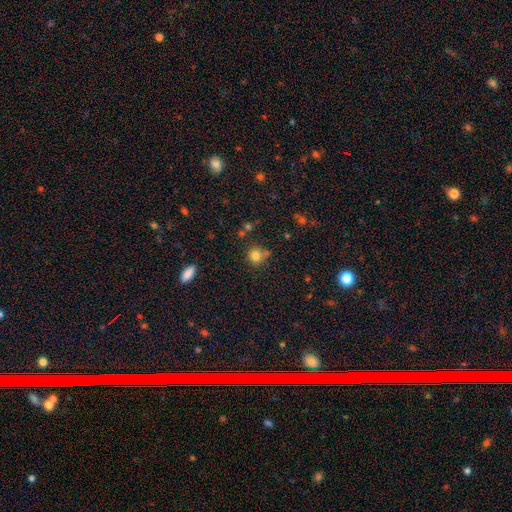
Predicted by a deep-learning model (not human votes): Q: Smooth or featured?
A: smooth (80%); runner-up: star or artifact (13%)
Q: How rounded?
A: round (86%); runner-up: in between (13%)
Q: Merging?
A: none (70%); runner-up: minor disturbance (14%)